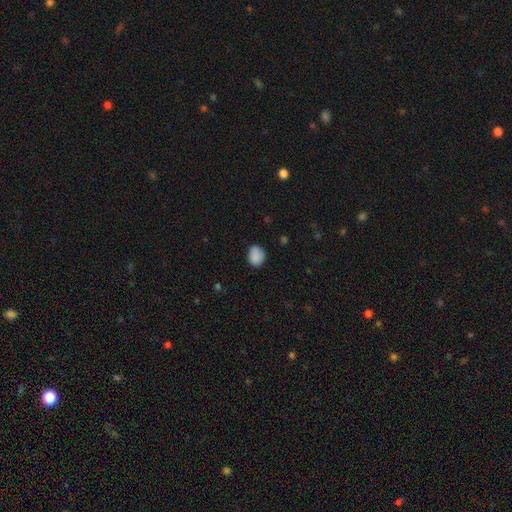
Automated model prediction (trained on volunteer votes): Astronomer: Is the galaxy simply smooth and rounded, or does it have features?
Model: smooth — 86%.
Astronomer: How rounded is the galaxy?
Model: in between — 50% (runner-up: round, 49%).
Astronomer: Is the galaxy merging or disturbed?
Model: none — 72%.